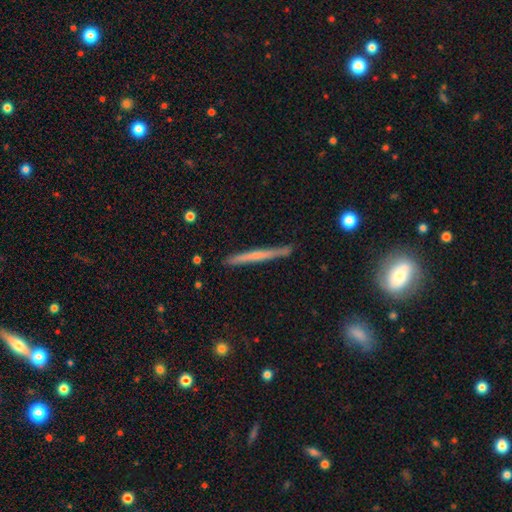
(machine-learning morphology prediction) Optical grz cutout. It shows a featured or disk galaxy (52%) viewed edge-on (97%) with no central bulge (71%). Merging: none (89%).